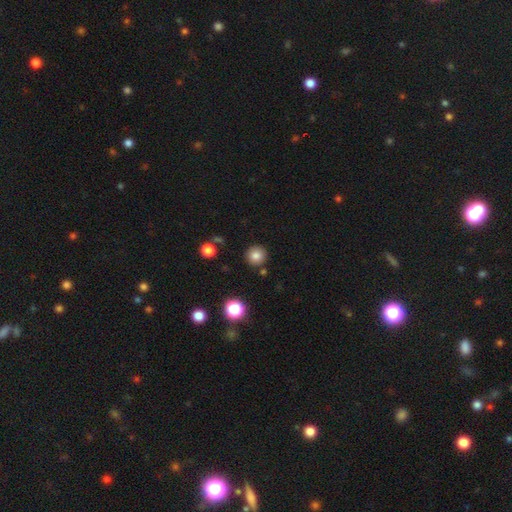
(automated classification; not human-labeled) This is clearly a smooth galaxy (83%). How rounded: clearly round (93%). Merging: clearly none (87%).